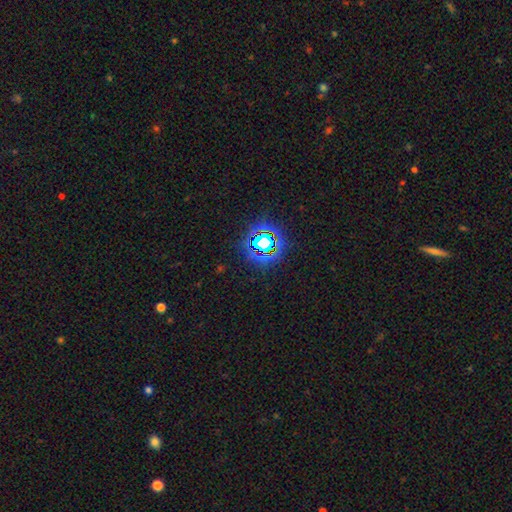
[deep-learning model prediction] Smooth or featured: star or artifact — 75% (smooth — 17%)